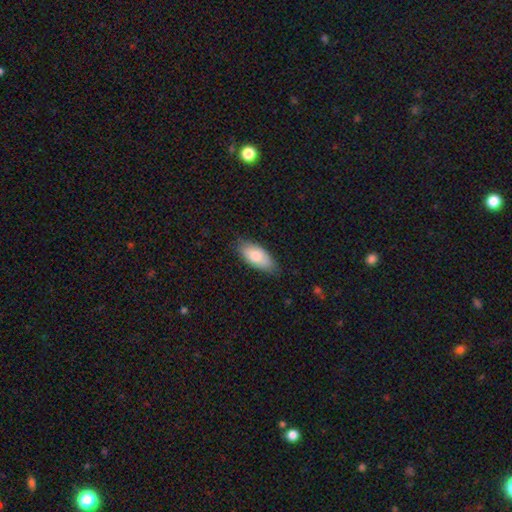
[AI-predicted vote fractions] Smooth or featured?
  - smooth: 80% *
  - featured or disk: 14%
  - star or artifact: 6%
How rounded?
  - in between: 89% *
  - cigar-shaped: 9%
  - round: 2%
Merging?
  - none: 78% *
  - minor disturbance: 18%
  - major disturbance: 3%
  - merger: 1%